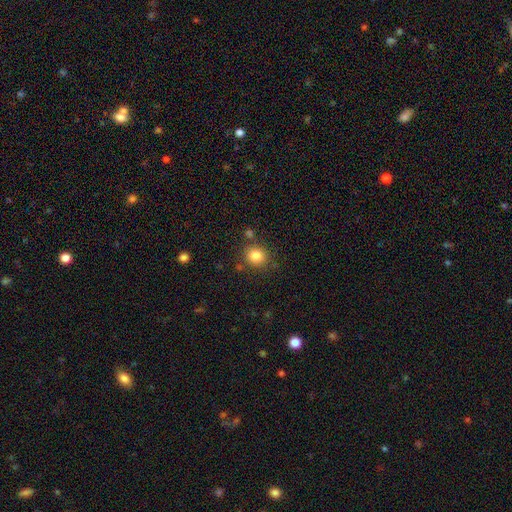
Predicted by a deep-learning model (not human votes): Smooth or featured: smooth — 84% (star or artifact — 11%)
How rounded: round — 83% (in between — 16%)
Merging: none — 81% (minor disturbance — 10%)